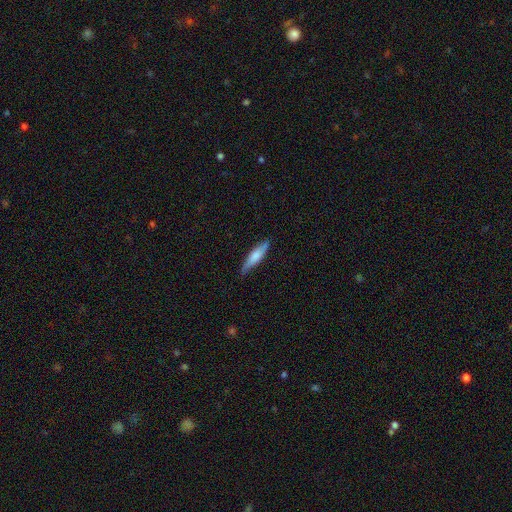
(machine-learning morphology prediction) This is likely a smooth galaxy (65%). How rounded: likely cigar-shaped (78%). Merging: clearly none (83%).